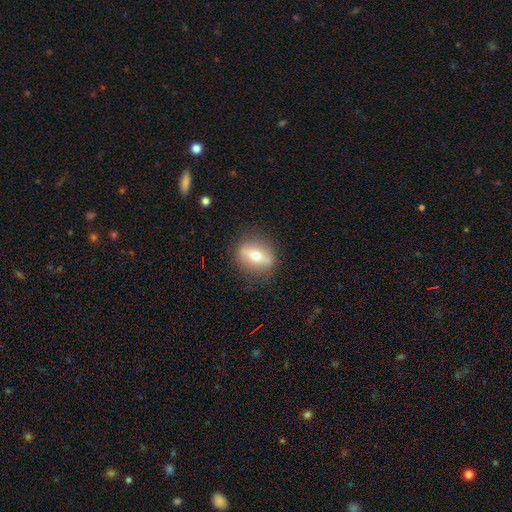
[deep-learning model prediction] The model was most divided on "edge-on disk": no: 52%, yes: 48%. More confident: merging — none (84%); smooth or featured — featured or disk (50%).